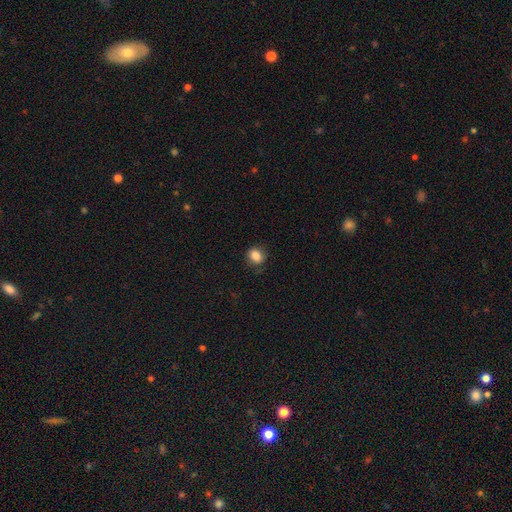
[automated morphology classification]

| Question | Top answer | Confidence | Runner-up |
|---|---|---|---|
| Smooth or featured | smooth | 85% | star or artifact (10%) |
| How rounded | round | 55% | in between (44%) |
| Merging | none | 79% | minor disturbance (15%) |